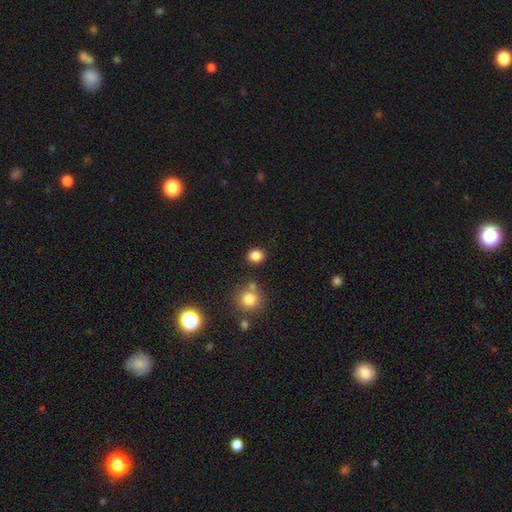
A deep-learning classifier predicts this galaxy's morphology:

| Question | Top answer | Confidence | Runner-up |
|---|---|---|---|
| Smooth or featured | smooth | 83% | star or artifact (12%) |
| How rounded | round | 74% | in between (25%) |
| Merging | none | 84% | minor disturbance (8%) |